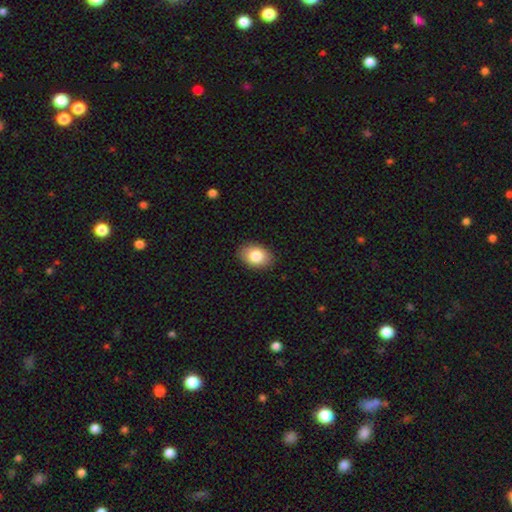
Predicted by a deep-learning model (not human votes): smooth_or_featured: smooth (p=0.83) [alt: featured or disk p=0.10]
how_rounded: in between (p=0.80) [alt: round p=0.19]
merging: none (p=0.88) [alt: minor disturbance p=0.09]